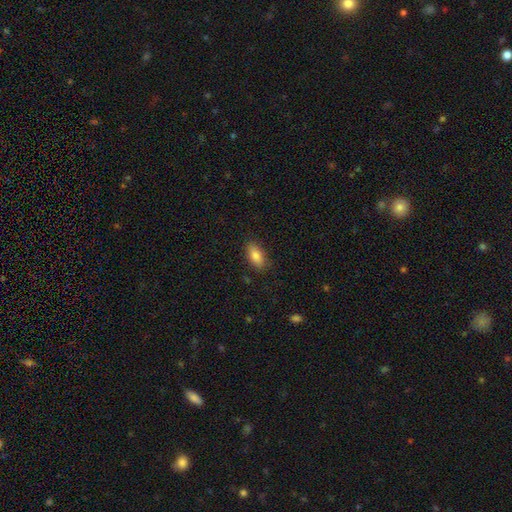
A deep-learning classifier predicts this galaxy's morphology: smooth-or-featured: smooth: 83% | featured or disk: 10% | star or artifact: 7%
  how-rounded: in between: 86% | cigar-shaped: 10% | round: 4%
  merging: none: 84% | minor disturbance: 12% | major disturbance: 3% | merger: 1%